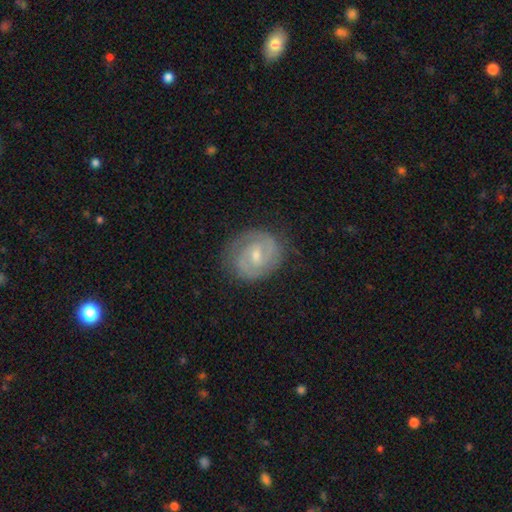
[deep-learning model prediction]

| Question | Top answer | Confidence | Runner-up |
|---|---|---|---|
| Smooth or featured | featured or disk | 79% | smooth (16%) |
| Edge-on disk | no | 97% | yes (3%) |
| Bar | weak | 60% | no (24%) |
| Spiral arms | yes | 92% | no (8%) |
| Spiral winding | tight | 55% | medium (37%) |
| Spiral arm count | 2 | 76% | can't tell (13%) |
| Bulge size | small | 57% | moderate (39%) |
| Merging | none | 78% | minor disturbance (15%) |